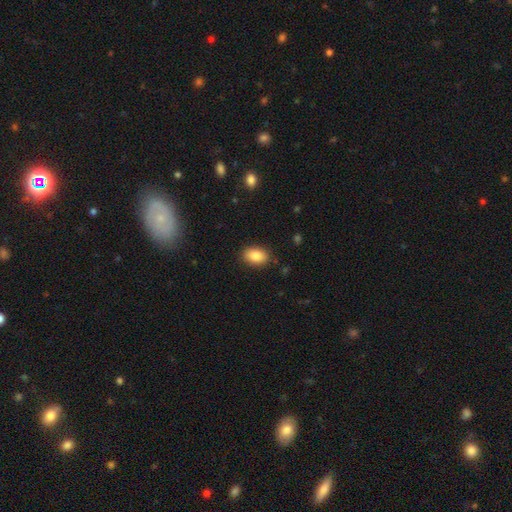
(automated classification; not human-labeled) Smooth or featured? smooth (87%)
How rounded? in between (84%)
Merging? none (87%)